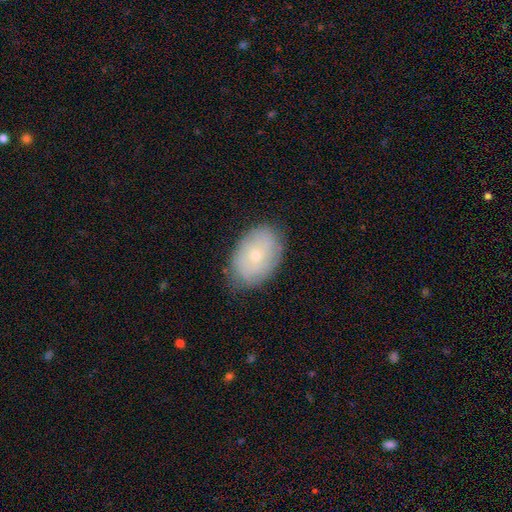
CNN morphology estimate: This is likely a smooth galaxy (61%). How rounded: clearly in between (87%). Merging: clearly none (80%).